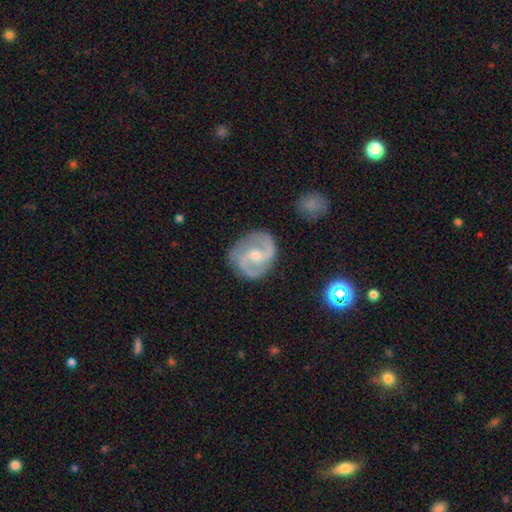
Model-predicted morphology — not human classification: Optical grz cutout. It shows a featured or disk galaxy (88%) with no bar (45%), 2 (89%) medium (56%) spiral arms (97%) and a moderate central bulge (55%). Merging: none (81%).